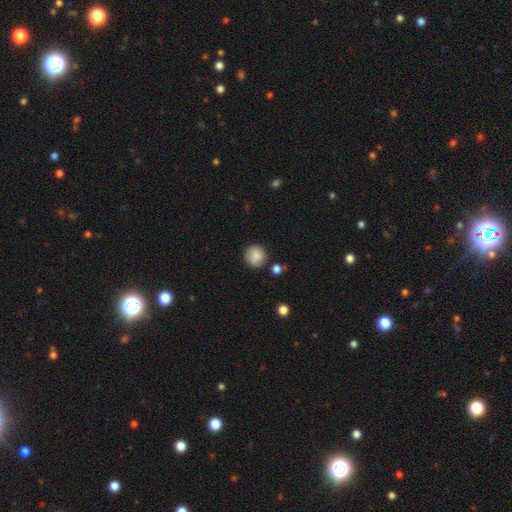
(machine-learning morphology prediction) Q: Smooth or featured?
A: smooth (83%); runner-up: featured or disk (9%)
Q: How rounded?
A: round (91%); runner-up: in between (8%)
Q: Merging?
A: none (76%); runner-up: minor disturbance (15%)